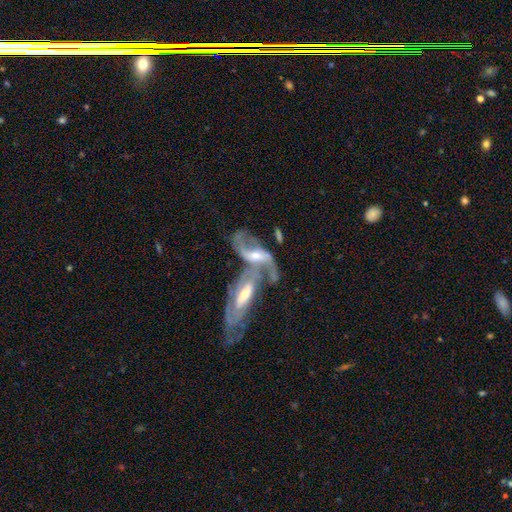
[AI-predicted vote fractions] Morphology: type=featured or disk (80%); edge-on=no (90%); bar=weak (39%); spiral arms=yes (87%); winding=loose (62%); arm count=2 (75%); bulge=moderate (50%); merging=merger (67%).